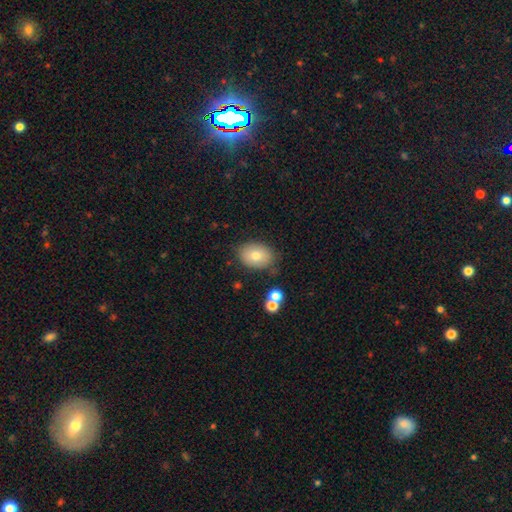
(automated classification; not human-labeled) Smooth or featured? smooth (76%)
How rounded? in between (71%)
Merging? none (79%)